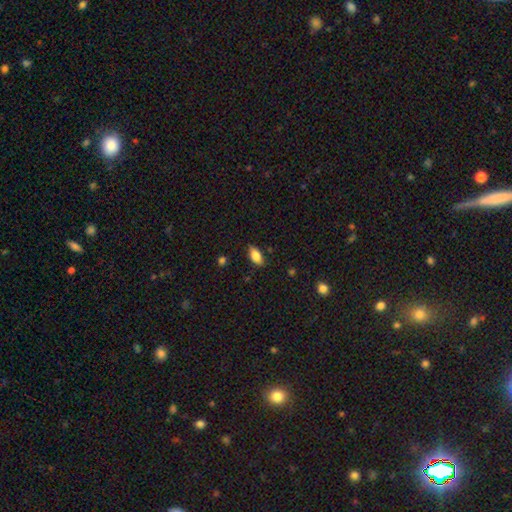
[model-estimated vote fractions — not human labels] Smooth or featured? Predicted: smooth (p=0.82). How rounded? Predicted: in between (p=0.89). Merging? Predicted: none (p=0.84).